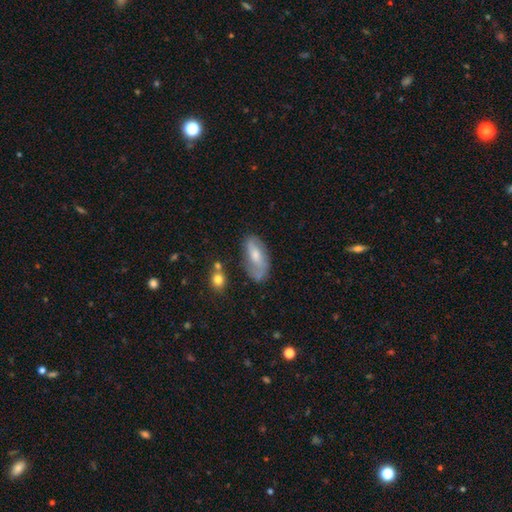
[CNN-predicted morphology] smooth-or-featured: featured or disk: 51% | smooth: 41% | star or artifact: 8%
  disk-edge-on: no: 88% | yes: 12%
  merging: none: 62% | minor disturbance: 25% | major disturbance: 9% | merger: 4%